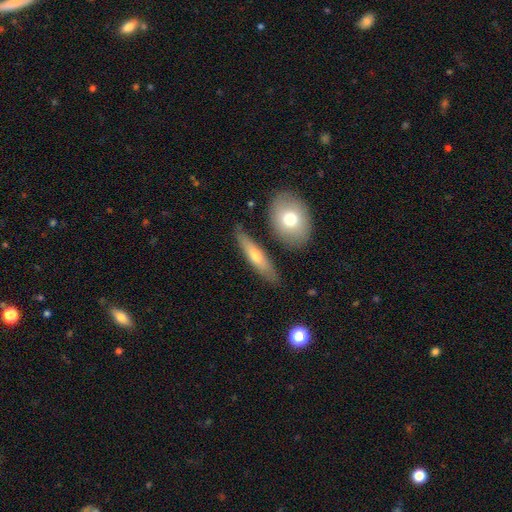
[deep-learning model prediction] smooth 58%, featured or disk 36%, star or artifact 6%. Down the decision tree: how rounded — cigar-shaped (69%); merging — none (79%).